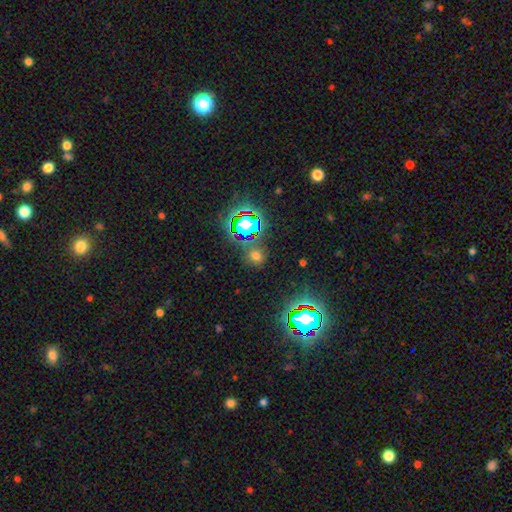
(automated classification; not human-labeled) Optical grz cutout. It shows a smooth galaxy with no disk features (51%) that is round (74%). Merging: none (78%).